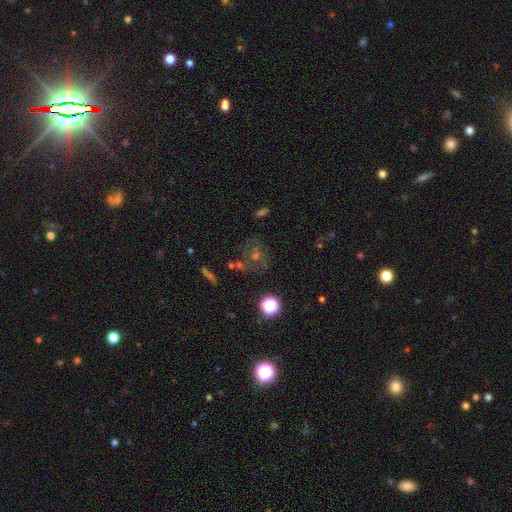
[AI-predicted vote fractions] Smooth or featured?
  - star or artifact: 36% *
  - featured or disk: 33%
  - smooth: 31%